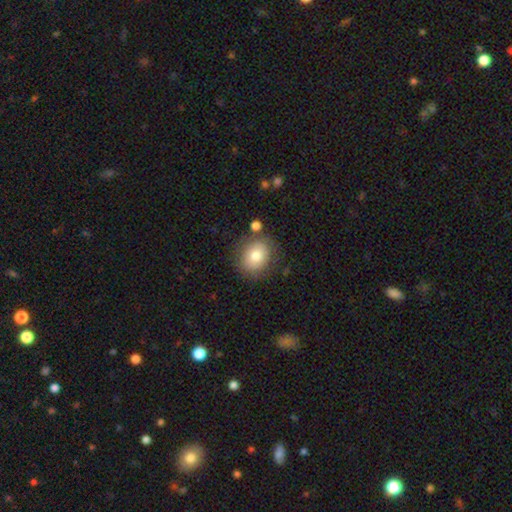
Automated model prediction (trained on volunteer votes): Smooth or featured: smooth — 77% (featured or disk — 14%)
How rounded: round — 62% (in between — 37%)
Merging: none — 76% (minor disturbance — 14%)